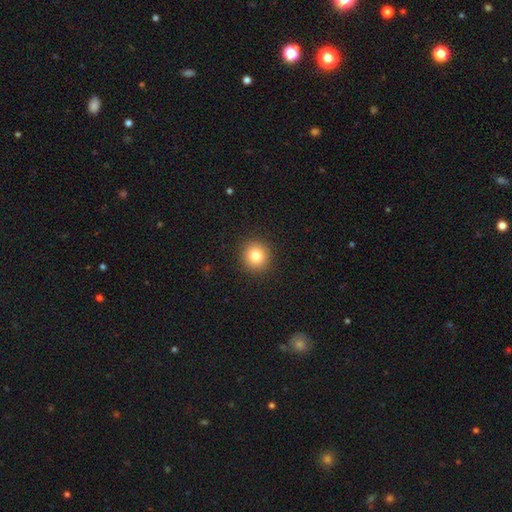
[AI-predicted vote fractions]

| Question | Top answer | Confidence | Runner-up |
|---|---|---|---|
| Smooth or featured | smooth | 82% | star or artifact (11%) |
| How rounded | round | 90% | in between (9%) |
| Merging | none | 92% | minor disturbance (5%) |